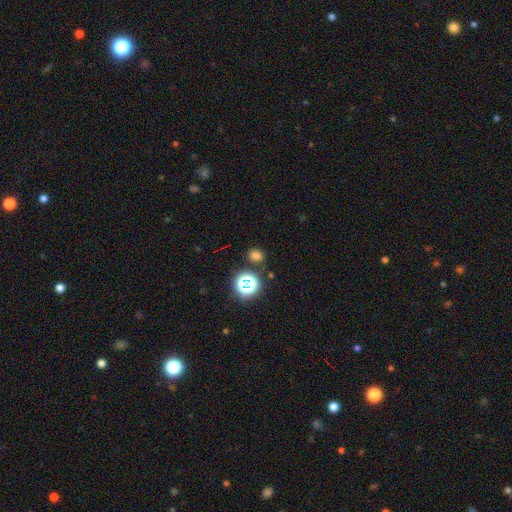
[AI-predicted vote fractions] smooth-or-featured: smooth: 68% | star or artifact: 26% | featured or disk: 6%
  how-rounded: round: 66% | in between: 33% | cigar-shaped: 1%
  merging: none: 82% | minor disturbance: 10% | merger: 5% | major disturbance: 3%